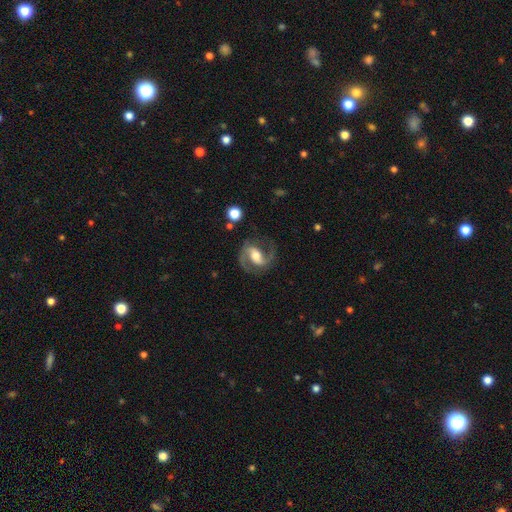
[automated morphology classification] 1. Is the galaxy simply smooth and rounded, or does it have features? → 88% featured or disk, 7% smooth, 5% star or artifact.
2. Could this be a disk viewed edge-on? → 98% no, 2% yes.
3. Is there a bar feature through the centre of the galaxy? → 40% weak, 38% strong, 22% no.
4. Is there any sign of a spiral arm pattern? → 97% yes, 3% no.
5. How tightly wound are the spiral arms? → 62% medium, 20% loose, 18% tight.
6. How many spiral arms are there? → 92% 2, 2% 1, 2% can't tell, 1% 3, 1% 4, 1% more than 4.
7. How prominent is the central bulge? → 59% moderate, 22% large, 15% small, 3% none, 2% dominant.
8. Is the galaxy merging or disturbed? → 77% none, 13% minor disturbance, 8% major disturbance, 2% merger.